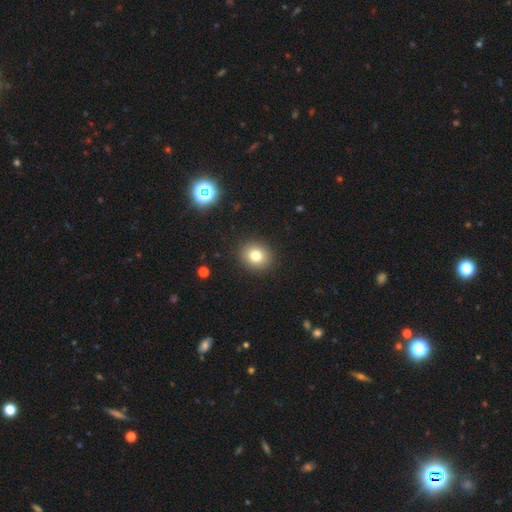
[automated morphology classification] A smooth galaxy with no disk features (79%) that is round (75%).

Vote fractions:
- Smooth or featured? smooth: 79% / star or artifact: 12% / featured or disk: 9%
- How rounded? round: 75% / in between: 24% / cigar-shaped: 1%
- Merging? none: 90% / minor disturbance: 6% / major disturbance: 2% / merger: 1%